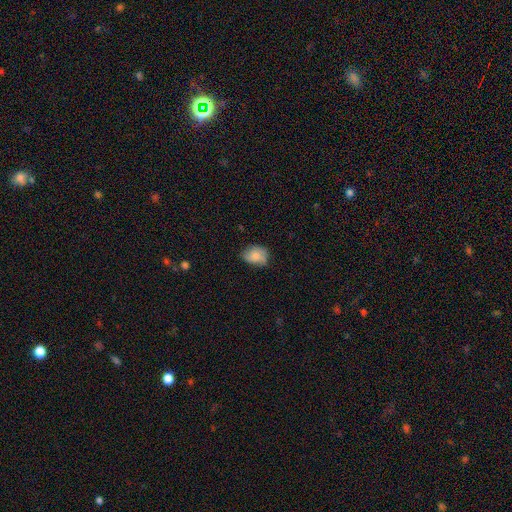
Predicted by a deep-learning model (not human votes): Q: Smooth or featured?
A: smooth (76%); runner-up: featured or disk (17%)
Q: How rounded?
A: in between (63%); runner-up: round (36%)
Q: Merging?
A: none (58%); runner-up: minor disturbance (32%)